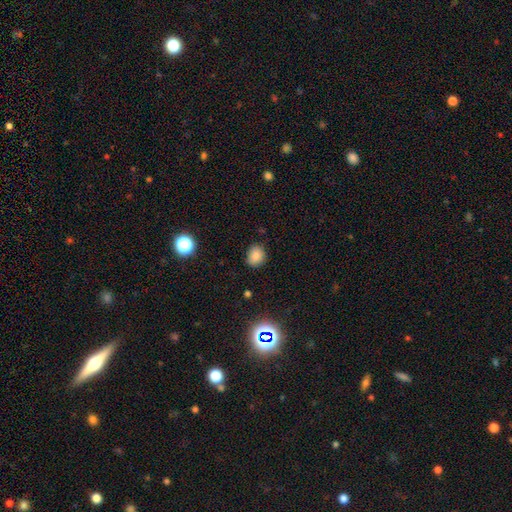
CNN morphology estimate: Overall: smooth (83%). How rounded: round (56%; in between 43%). Merging: none (83%).